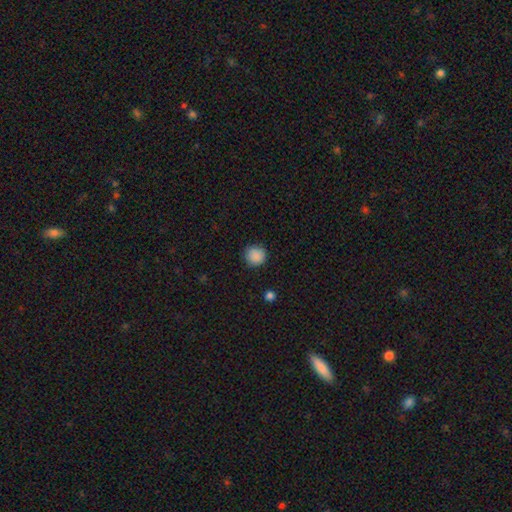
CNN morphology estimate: A smooth galaxy with no disk features (88%) that is round (92%). Merging: none (88%).